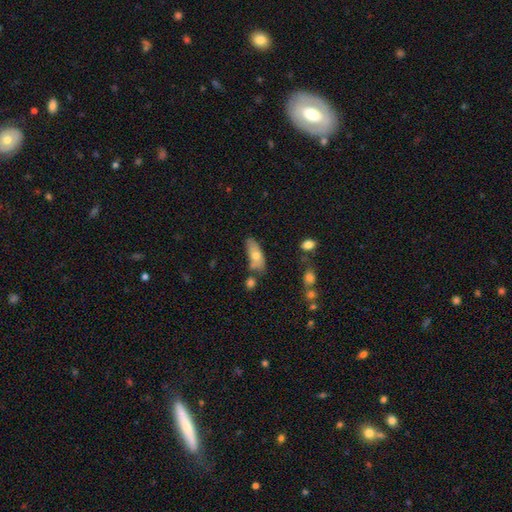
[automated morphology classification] A smooth galaxy with no disk features (67%) that is in between round and cigar-shaped (77%).

Vote fractions:
- Smooth or featured? smooth: 67% / featured or disk: 25% / star or artifact: 7%
- How rounded? in between: 77% / cigar-shaped: 20% / round: 3%
- Merging? none: 56% / minor disturbance: 24% / merger: 14% / major disturbance: 7%